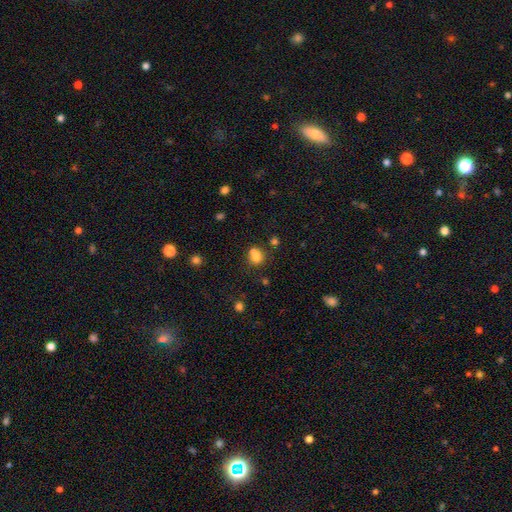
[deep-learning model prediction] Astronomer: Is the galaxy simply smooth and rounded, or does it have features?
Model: smooth — 77%.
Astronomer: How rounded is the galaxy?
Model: round — 52% (runner-up: in between, 47%).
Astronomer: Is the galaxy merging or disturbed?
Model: none — 42% (runner-up: merger, 33%).